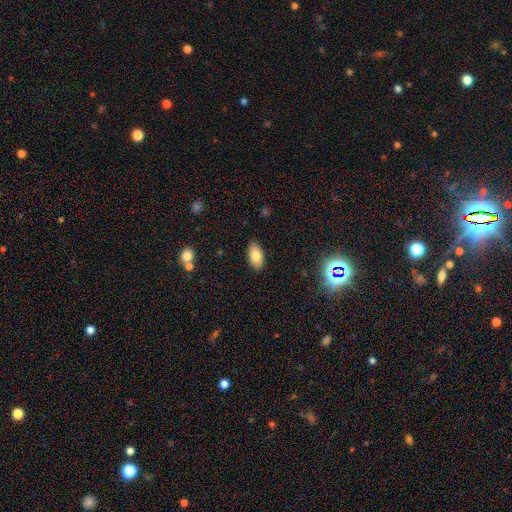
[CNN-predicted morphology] Smooth or featured? Predicted: smooth (p=0.80). How rounded? Predicted: in between (p=0.93). Merging? Predicted: none (p=0.88).